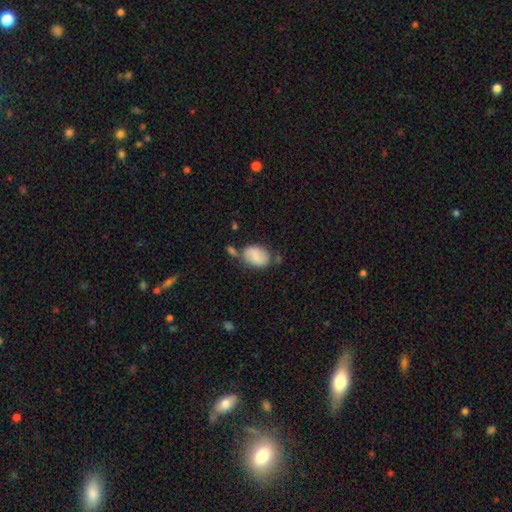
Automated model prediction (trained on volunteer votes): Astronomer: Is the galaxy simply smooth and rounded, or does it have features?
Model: smooth — 67%.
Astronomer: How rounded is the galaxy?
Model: in between — 80%.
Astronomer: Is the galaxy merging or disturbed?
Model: none — 52%.